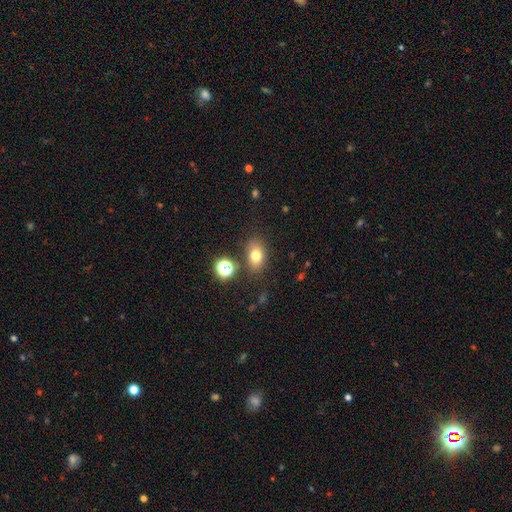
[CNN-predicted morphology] Smooth or featured? smooth (75%)
How rounded? in between (74%)
Merging? none (77%)